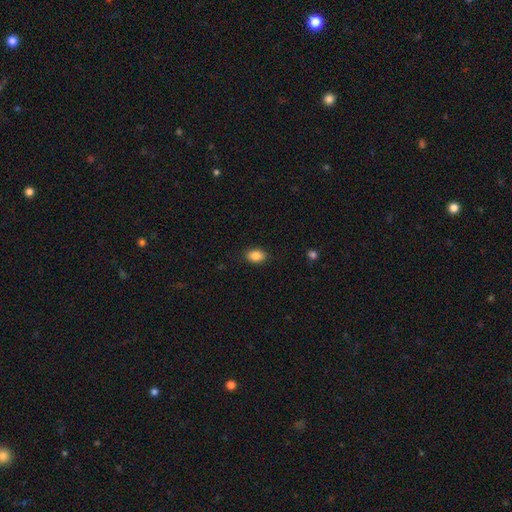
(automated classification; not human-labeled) This is clearly a smooth galaxy (87%). How rounded: likely in between (78%). Merging: clearly none (87%).